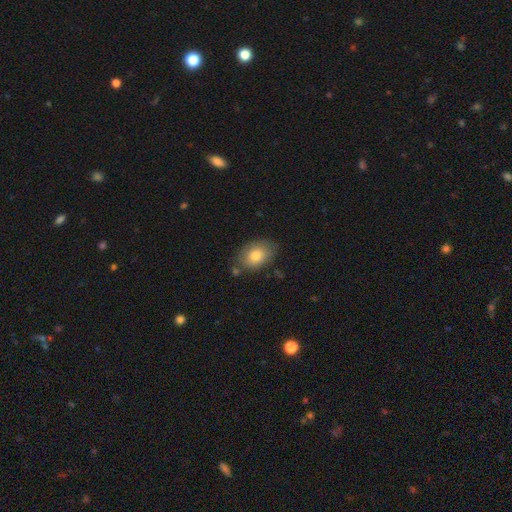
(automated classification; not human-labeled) This appears to be a smooth galaxy with no disk features (79%) that is in between round and cigar-shaped (81%). Merging: none (73%).